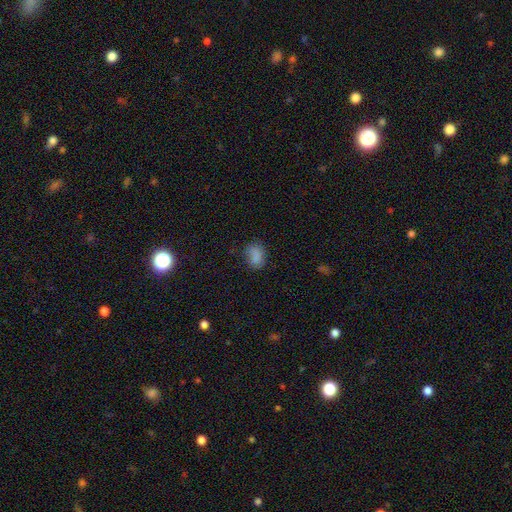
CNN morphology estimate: The model was most divided on "merging": none: 72%, minor disturbance: 21%, major disturbance: 6%, merger: 2%. More confident: smooth or featured — smooth (83%); how rounded — in between (76%).